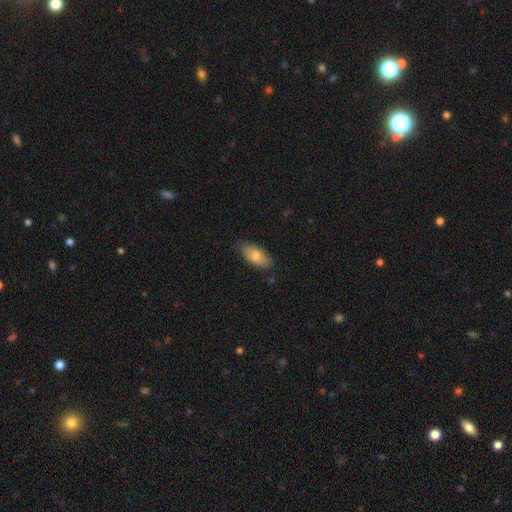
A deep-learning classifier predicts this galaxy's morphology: Smooth or featured: smooth — 74% (featured or disk — 20%)
How rounded: in between — 91% (cigar-shaped — 6%)
Merging: none — 81% (minor disturbance — 16%)